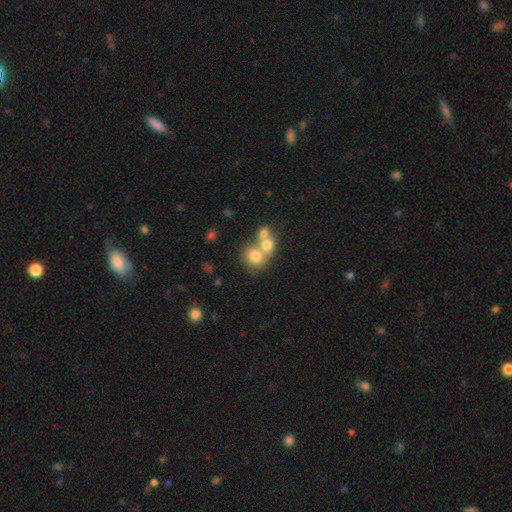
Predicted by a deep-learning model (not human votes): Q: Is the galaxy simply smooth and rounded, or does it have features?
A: smooth — 71%.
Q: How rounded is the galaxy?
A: round — 75%.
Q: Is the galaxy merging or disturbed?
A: merger — 59%.